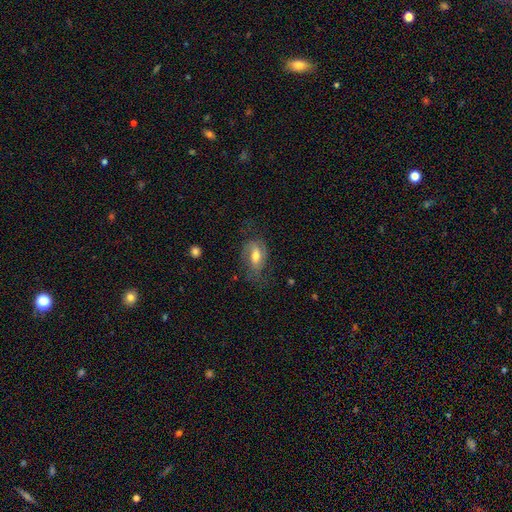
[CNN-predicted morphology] This is possibly a featured or disk galaxy (53%). It is clearly not viewed edge-on (91%). Merging: possibly none (57%).